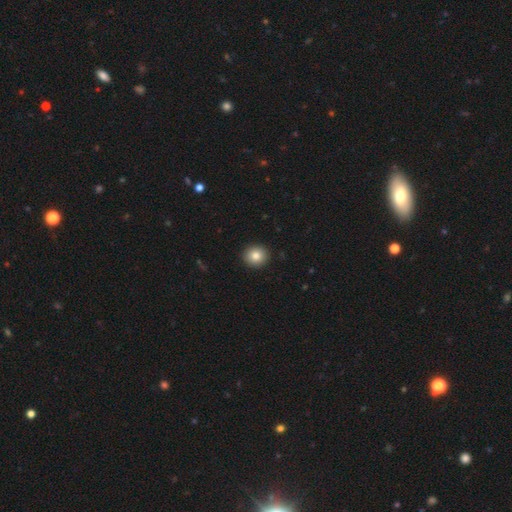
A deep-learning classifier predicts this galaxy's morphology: A smooth galaxy with no disk features (83%) that is round (88%).

Vote fractions:
- Smooth or featured? smooth: 83% / star or artifact: 9% / featured or disk: 7%
- How rounded? round: 88% / in between: 11% / cigar-shaped: 1%
- Merging? none: 93% / minor disturbance: 5% / major disturbance: 2% / merger: 1%